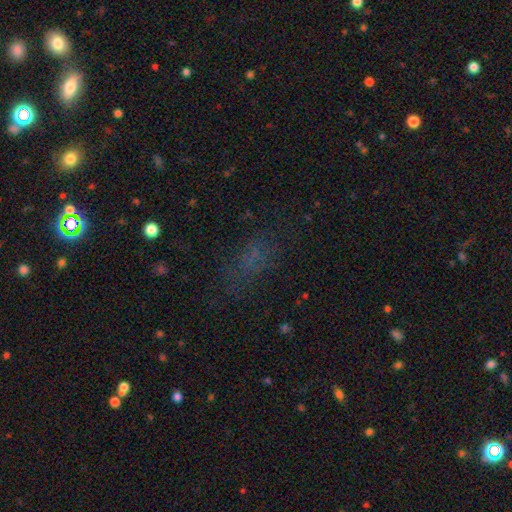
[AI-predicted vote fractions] Smooth or featured? Predicted: smooth (p=0.49). Merging? Predicted: none (p=0.65).